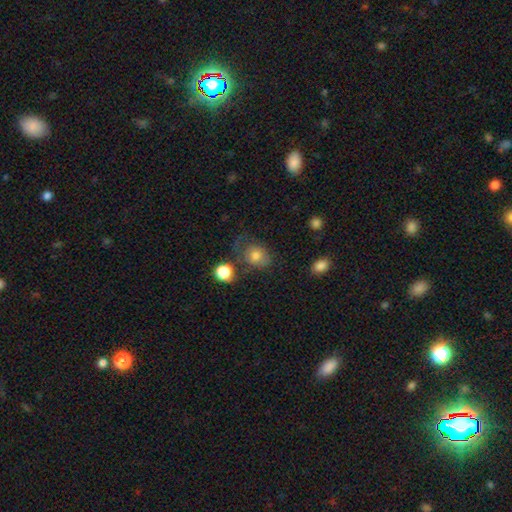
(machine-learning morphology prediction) Smooth or featured? smooth (75%)
How rounded? round (58%)
Merging? none (46%)